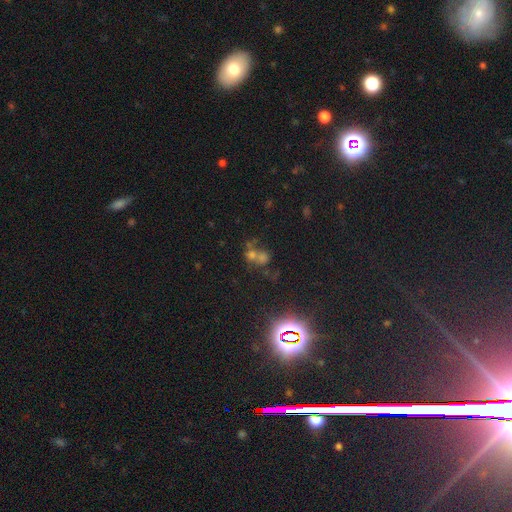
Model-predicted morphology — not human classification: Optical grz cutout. It shows a smooth galaxy with no disk features (46%). Merging: merger (52%).